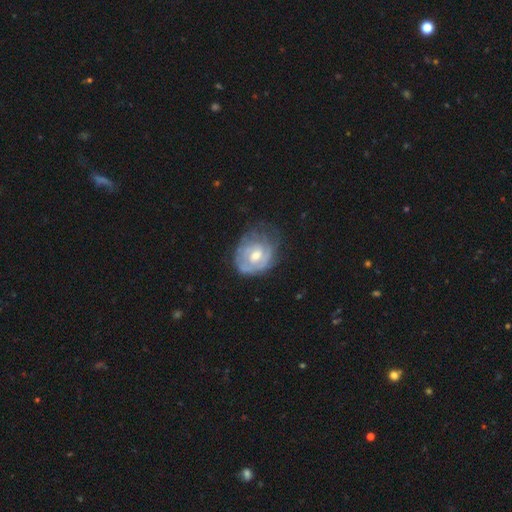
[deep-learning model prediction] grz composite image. It shows a featured or disk galaxy (71%) with no bar (51%), tight (65%) spiral arms (74%) and a moderate central bulge (58%). Merging: none (53%).